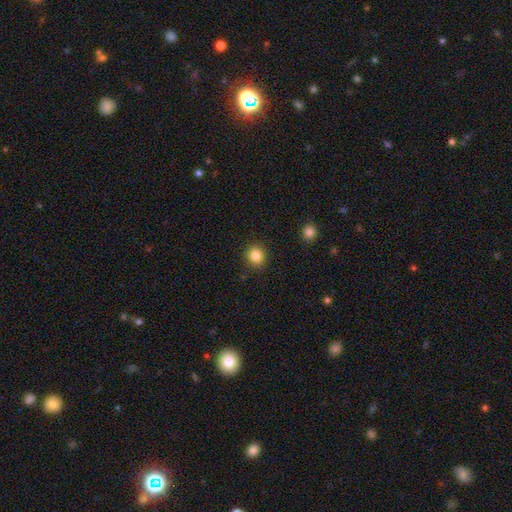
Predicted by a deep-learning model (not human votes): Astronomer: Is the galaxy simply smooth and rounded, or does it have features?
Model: smooth — 85%.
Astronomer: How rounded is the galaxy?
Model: round — 87%.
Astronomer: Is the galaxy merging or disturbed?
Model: none — 91%.